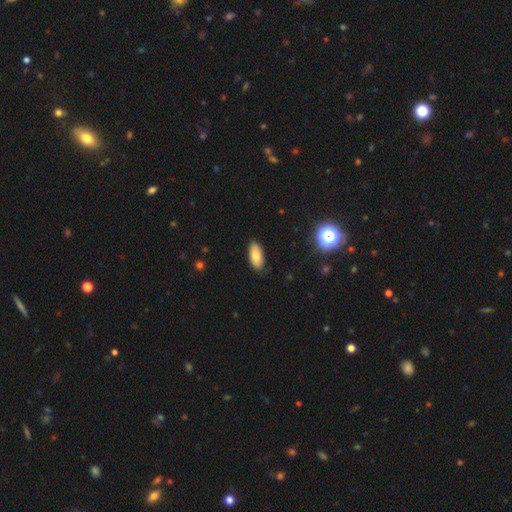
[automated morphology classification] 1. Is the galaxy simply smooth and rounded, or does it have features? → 76% smooth, 15% featured or disk, 8% star or artifact.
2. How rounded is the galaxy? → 89% in between, 8% cigar-shaped, 3% round.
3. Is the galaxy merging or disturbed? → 86% none, 11% minor disturbance, 2% major disturbance, 1% merger.